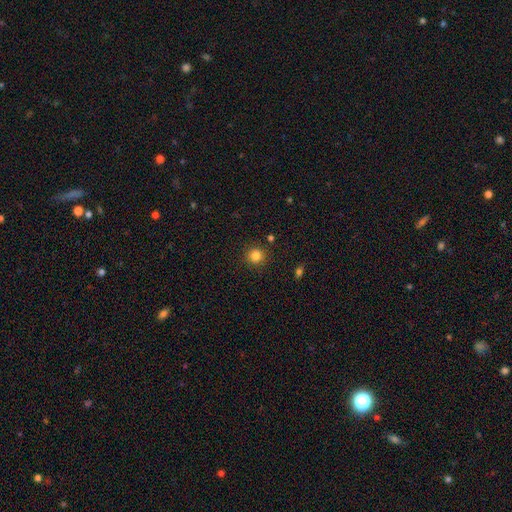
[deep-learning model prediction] A smooth galaxy with no disk features (83%) that is round (94%). Merging: none (90%).